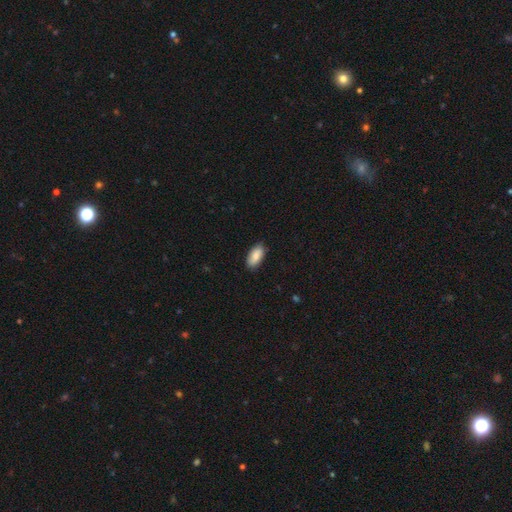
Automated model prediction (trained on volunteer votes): A smooth galaxy with no disk features (86%) that is in between round and cigar-shaped (92%).

Vote fractions:
- Smooth or featured? smooth: 86% / featured or disk: 8% / star or artifact: 6%
- How rounded? in between: 92% / cigar-shaped: 6% / round: 2%
- Merging? none: 84% / minor disturbance: 13% / major disturbance: 2% / merger: 1%